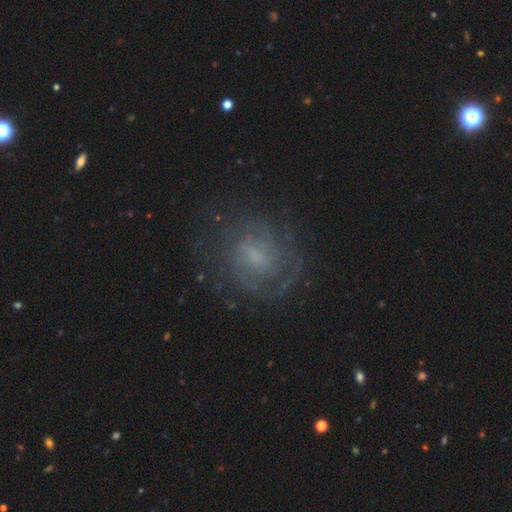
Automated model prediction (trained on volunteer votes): Smooth or featured: featured or disk — 72% (smooth — 16%)
Edge-on disk: no — 97% (yes — 3%)
Bar: weak — 50% (no — 38%)
Spiral arms: yes — 88% (no — 12%)
Spiral winding: tight — 57% (medium — 33%)
Spiral arm count: can't tell — 42% (2 — 32%)
Bulge size: small — 42% (moderate — 28%)
Merging: none — 72% (minor disturbance — 16%)